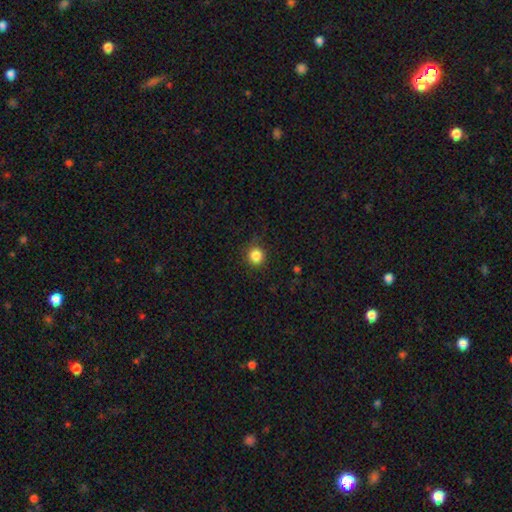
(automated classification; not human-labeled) Morphology: type=smooth (85%); roundness=round (88%); merging=none (85%).